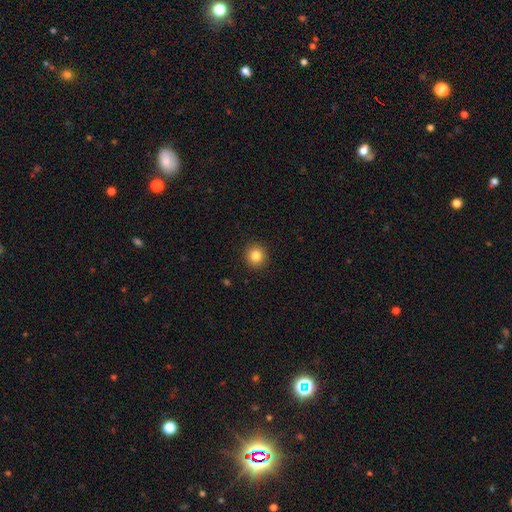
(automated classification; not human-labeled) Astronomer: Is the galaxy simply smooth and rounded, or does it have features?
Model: smooth — 84%.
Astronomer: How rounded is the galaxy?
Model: round — 93%.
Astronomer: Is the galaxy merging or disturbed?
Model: none — 92%.